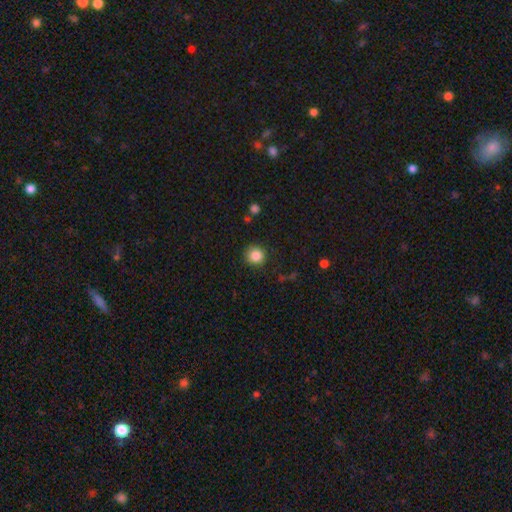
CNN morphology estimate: This appears to be a smooth galaxy with no disk features (85%) that is round (91%). Merging: none (86%).